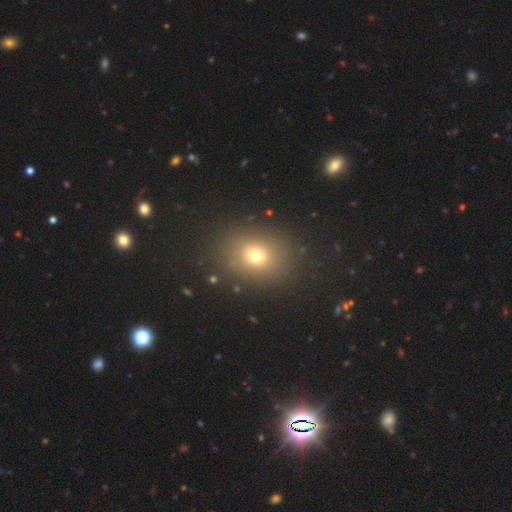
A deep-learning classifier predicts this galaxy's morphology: Smooth or featured? smooth (70%)
How rounded? round (56%)
Merging? none (86%)